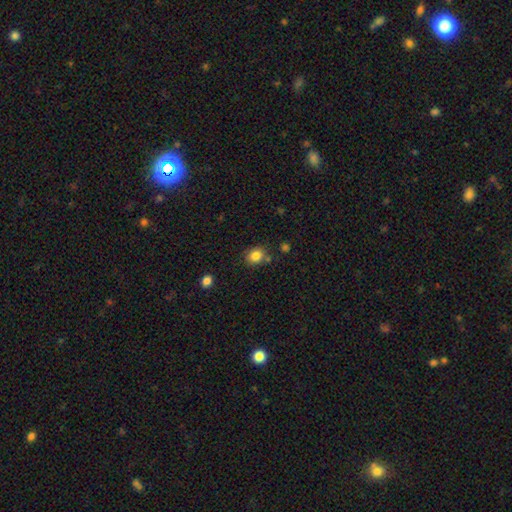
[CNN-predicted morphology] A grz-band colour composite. It shows a smooth galaxy with no disk features (83%) that is round (62%). Merging: none (73%).